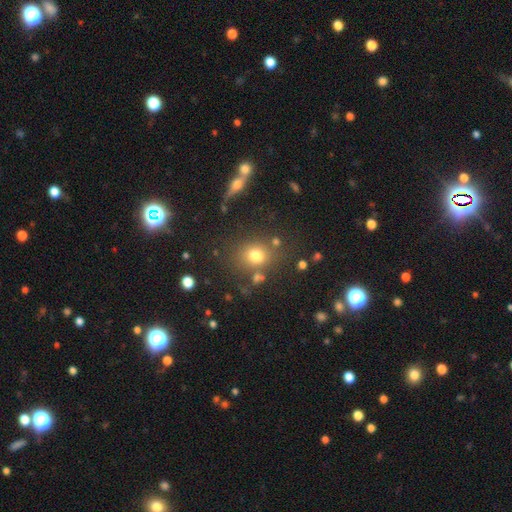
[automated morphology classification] Smooth or featured? smooth (74%)
How rounded? round (68%)
Merging? none (71%)